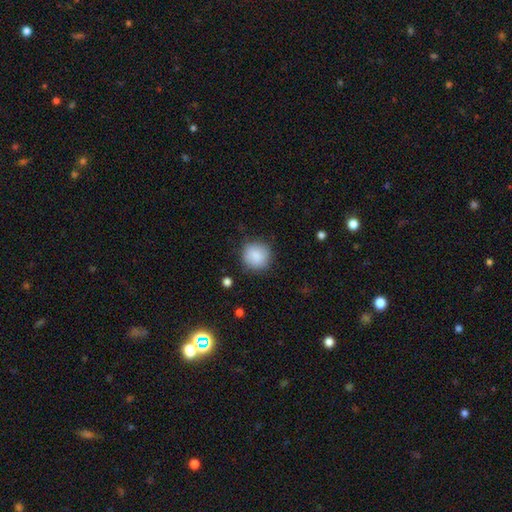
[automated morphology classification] Q: Smooth or featured?
A: smooth (86%); runner-up: star or artifact (8%)
Q: How rounded?
A: round (91%); runner-up: in between (8%)
Q: Merging?
A: none (83%); runner-up: minor disturbance (13%)